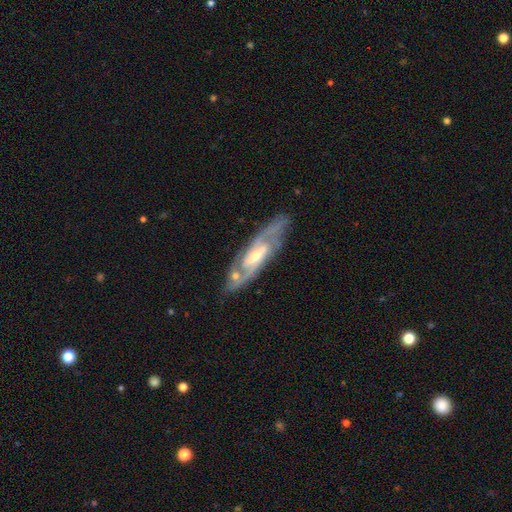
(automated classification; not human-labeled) A featured or disk galaxy (87%) with a weak bar (46%), 2 (76%) medium (50%) spiral arms (96%) and a small central bulge (47%).

Vote fractions:
- Smooth or featured? featured or disk: 87% / smooth: 8% / star or artifact: 5%
- Edge-on disk? no: 85% / yes: 15%
- Bar? weak: 46% / strong: 34% / no: 20%
- Spiral arms? yes: 96% / no: 4%
- Spiral winding? medium: 50% / tight: 38% / loose: 12%
- Spiral arm count? 2: 76% / can't tell: 11% / 3: 8% / 1: 2% / 4: 2% / more than 4: 2%
- Bulge size? small: 47% / moderate: 46% / large: 4% / none: 2% / dominant: 1%
- Merging? none: 74% / minor disturbance: 16% / major disturbance: 5% / merger: 5%